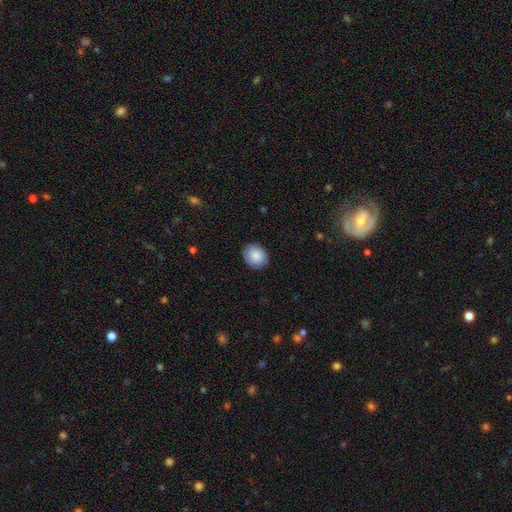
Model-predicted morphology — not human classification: smooth 86%, featured or disk 7%, star or artifact 7%. Down the decision tree: how rounded — round (54%); merging — none (87%).